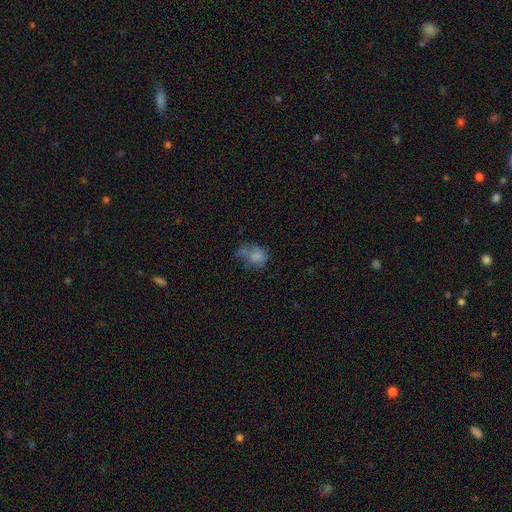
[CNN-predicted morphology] A smooth galaxy with no disk features (67%) that is in between round and cigar-shaped (63%). Merging: major disturbance (35%).